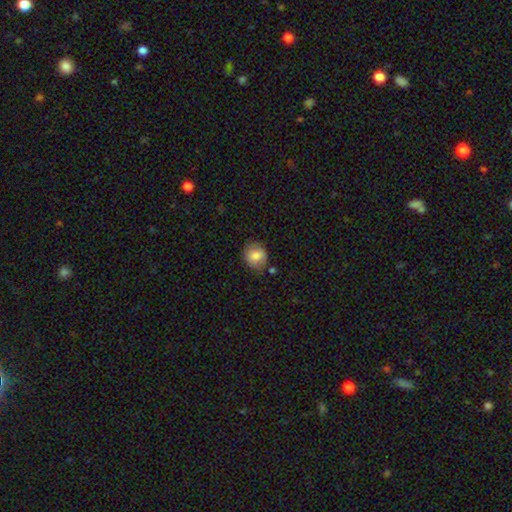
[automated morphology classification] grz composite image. It shows a smooth galaxy with no disk features (82%) that is round (75%). Merging: none (75%).